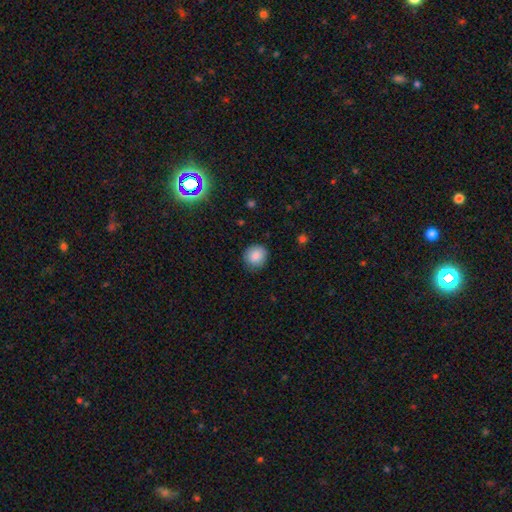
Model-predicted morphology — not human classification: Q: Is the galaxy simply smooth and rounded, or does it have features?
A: smooth — 85%.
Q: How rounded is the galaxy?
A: round — 86%.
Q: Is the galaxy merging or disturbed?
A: none — 85%.